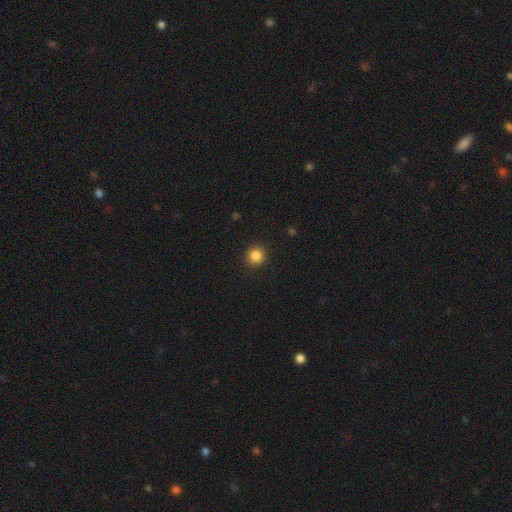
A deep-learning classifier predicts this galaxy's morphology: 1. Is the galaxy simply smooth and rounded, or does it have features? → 85% smooth, 11% star or artifact, 3% featured or disk.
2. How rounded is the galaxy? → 93% round, 6% in between, 1% cigar-shaped.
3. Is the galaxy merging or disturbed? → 91% none, 6% minor disturbance, 2% major disturbance, 1% merger.